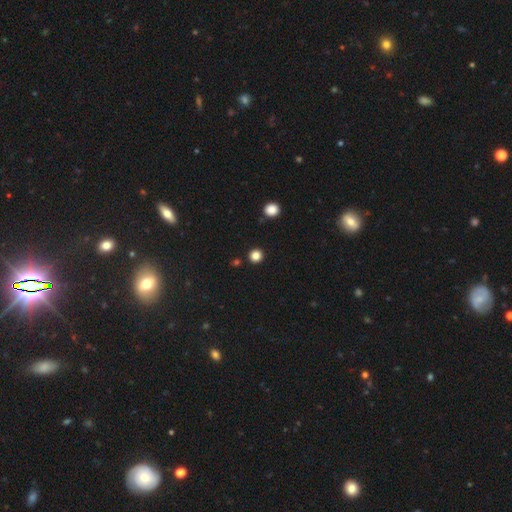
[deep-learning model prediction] This appears to be a smooth galaxy with no disk features (83%) that is round (93%). Merging: none (91%).